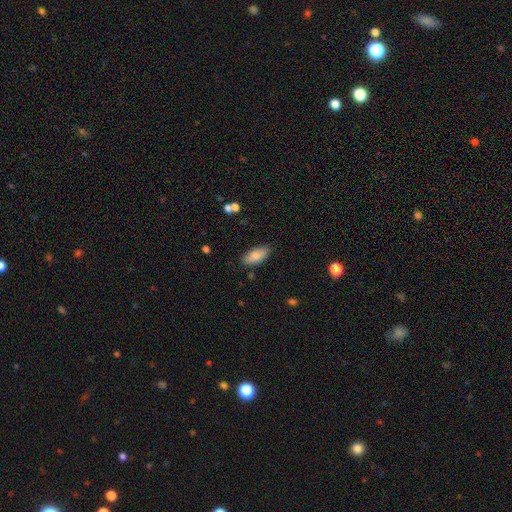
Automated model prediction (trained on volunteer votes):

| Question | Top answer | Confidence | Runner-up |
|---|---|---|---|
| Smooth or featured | smooth | 85% | featured or disk (8%) |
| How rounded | in between | 87% | cigar-shaped (11%) |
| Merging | none | 82% | minor disturbance (13%) |